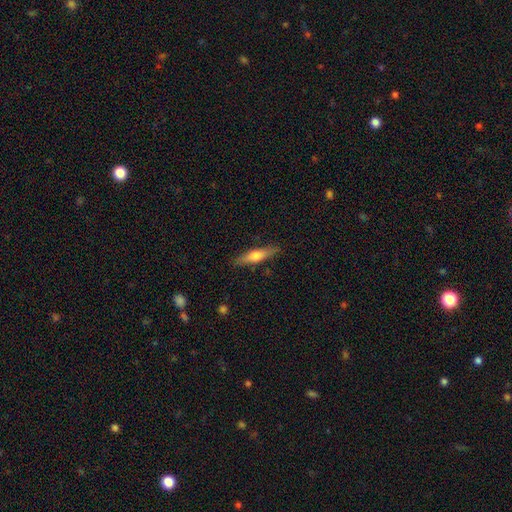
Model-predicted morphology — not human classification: type=smooth (52%); roundness=cigar-shaped (78%); merging=none (86%).